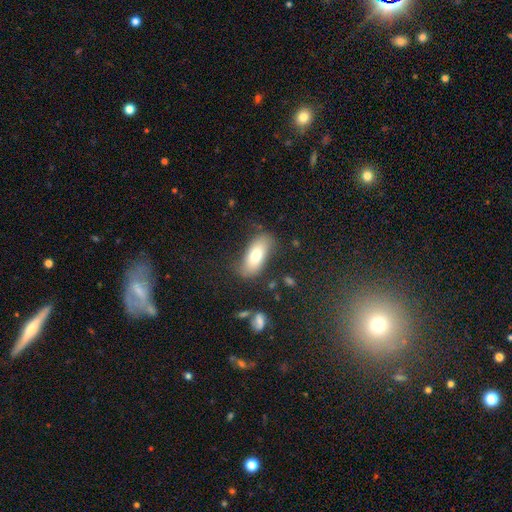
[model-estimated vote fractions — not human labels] Smooth or featured? Predicted: smooth (p=0.73). How rounded? Predicted: in between (p=0.85). Merging? Predicted: none (p=0.74).